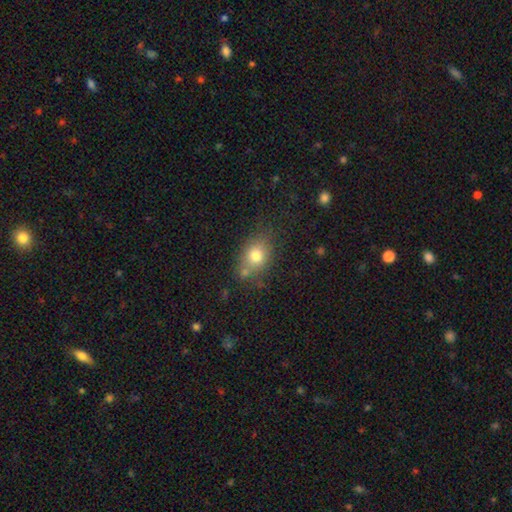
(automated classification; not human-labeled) Smooth or featured? Predicted: smooth (p=0.75). How rounded? Predicted: in between (p=0.52). Merging? Predicted: none (p=0.63).